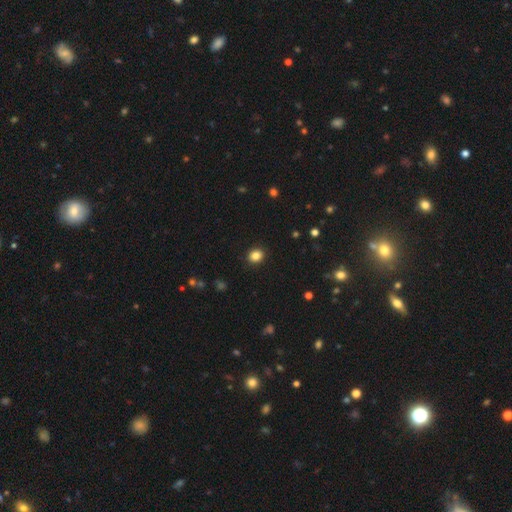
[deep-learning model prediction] A smooth galaxy with no disk features (85%) that is round (64%).

Vote fractions:
- Smooth or featured? smooth: 85% / star or artifact: 11% / featured or disk: 4%
- How rounded? round: 64% / in between: 35% / cigar-shaped: 1%
- Merging? none: 91% / minor disturbance: 6% / major disturbance: 2% / merger: 1%